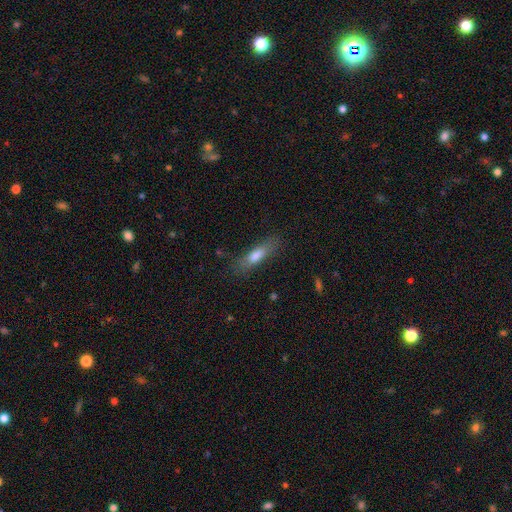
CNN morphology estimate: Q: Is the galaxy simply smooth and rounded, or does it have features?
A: smooth — 70%.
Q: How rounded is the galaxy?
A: cigar-shaped — 66%.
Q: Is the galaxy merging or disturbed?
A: none — 77%.